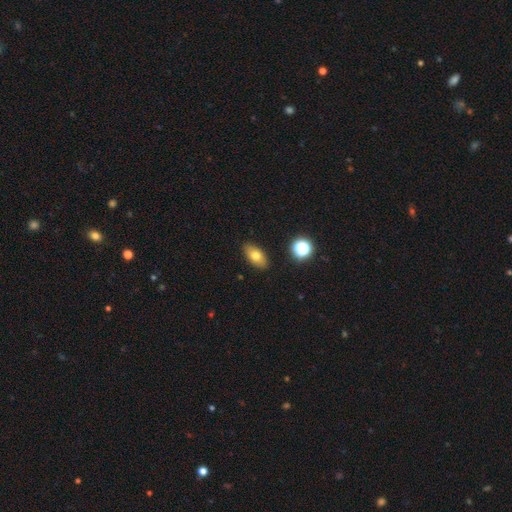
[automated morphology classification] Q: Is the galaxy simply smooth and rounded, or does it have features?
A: smooth — 73%.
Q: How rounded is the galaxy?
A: in between — 87%.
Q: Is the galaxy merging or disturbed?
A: none — 88%.